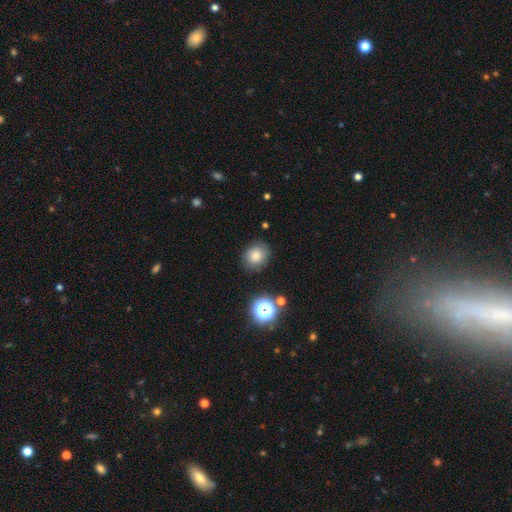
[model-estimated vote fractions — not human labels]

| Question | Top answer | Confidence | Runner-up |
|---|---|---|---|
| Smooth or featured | smooth | 79% | star or artifact (12%) |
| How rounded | round | 67% | in between (32%) |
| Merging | none | 80% | minor disturbance (14%) |